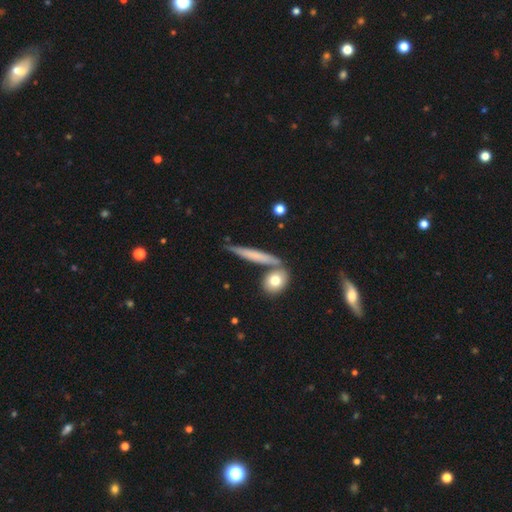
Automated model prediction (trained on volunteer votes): Smooth or featured? Predicted: smooth (p=0.56). How rounded? Predicted: cigar-shaped (p=0.88). Merging? Predicted: none (p=0.74).